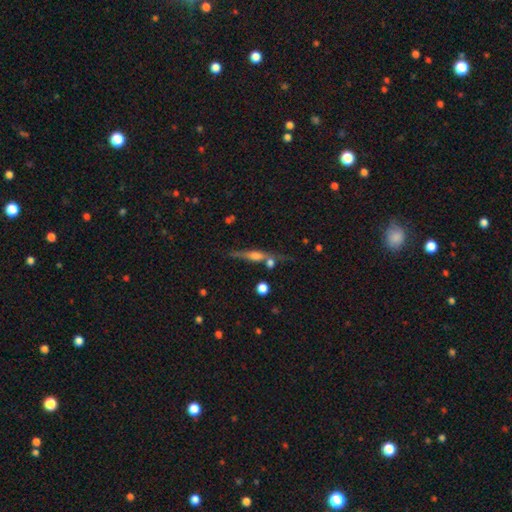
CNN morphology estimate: featured or disk 63%, smooth 25%, star or artifact 12%. Down the decision tree: edge-on disk — yes (93%); edge-on bulge — rounded (79%); merging — none (67%).